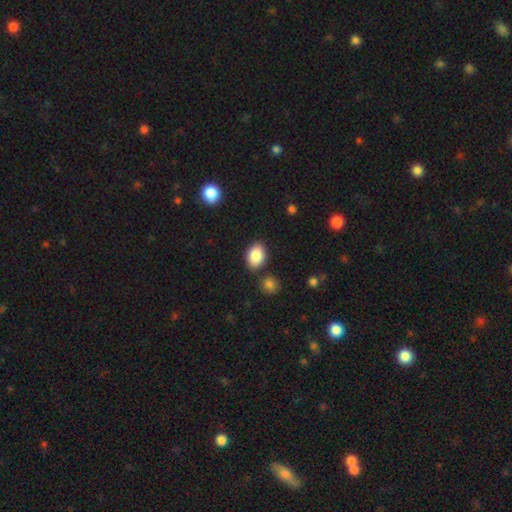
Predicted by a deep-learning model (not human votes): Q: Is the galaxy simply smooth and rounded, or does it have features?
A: smooth — 86%.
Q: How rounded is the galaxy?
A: in between — 86%.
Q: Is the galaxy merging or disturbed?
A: none — 82%.